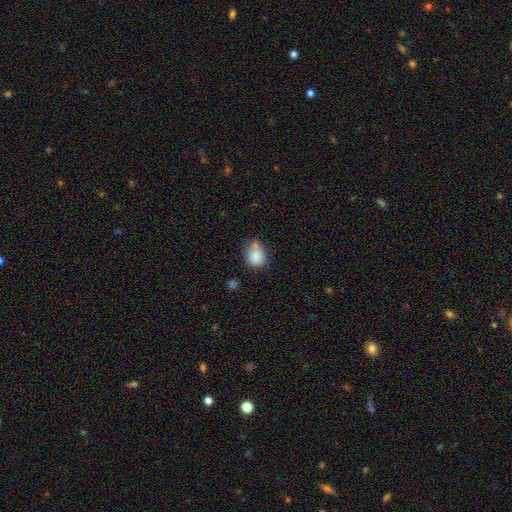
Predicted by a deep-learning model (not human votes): Morphology: type=smooth (82%); roundness=round (51%); merging=none (48%).